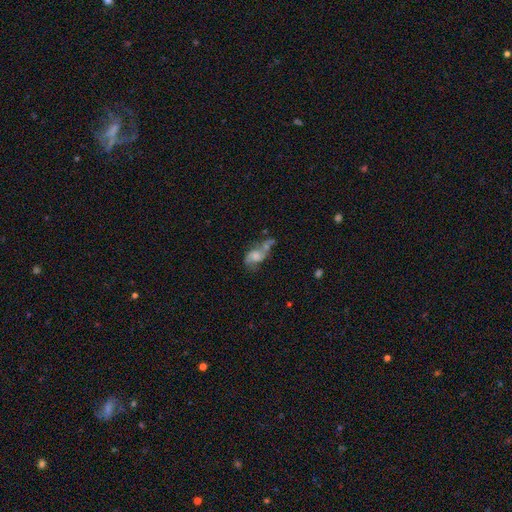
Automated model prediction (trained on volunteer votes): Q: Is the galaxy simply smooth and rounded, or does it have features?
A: featured or disk — 57%.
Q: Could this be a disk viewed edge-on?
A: no — 95%.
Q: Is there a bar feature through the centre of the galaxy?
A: no — 65%.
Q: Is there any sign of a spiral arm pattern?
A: yes — 77%.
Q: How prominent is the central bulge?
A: moderate — 33%.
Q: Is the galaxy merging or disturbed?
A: merger — 33%.